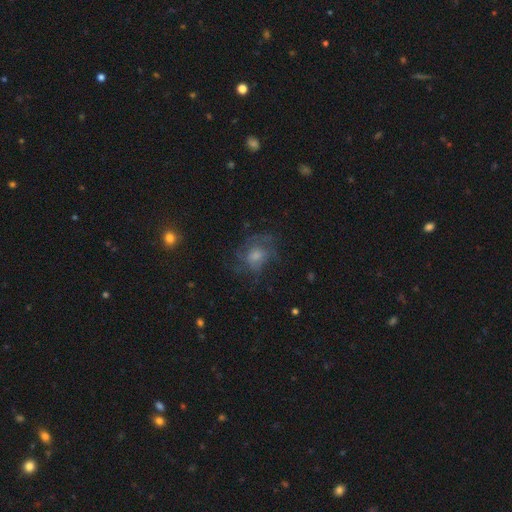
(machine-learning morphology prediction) The model was most divided on "smooth or featured": featured or disk: 50%, smooth: 31%, star or artifact: 18%. More confident: edge-on disk — no (96%); merging — none (63%).